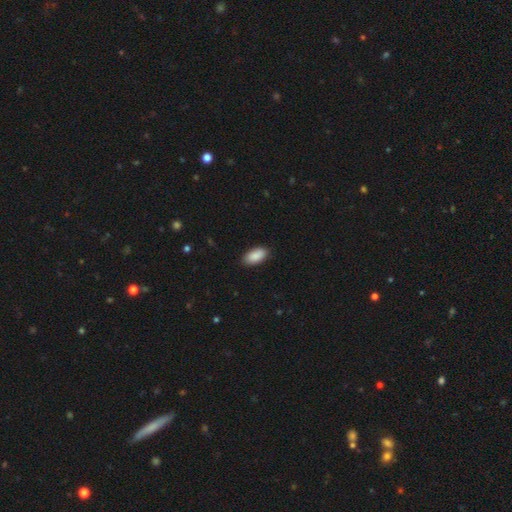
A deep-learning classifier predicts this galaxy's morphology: This appears to be a smooth galaxy with no disk features (90%) that is in between round and cigar-shaped (94%). Merging: none (86%).